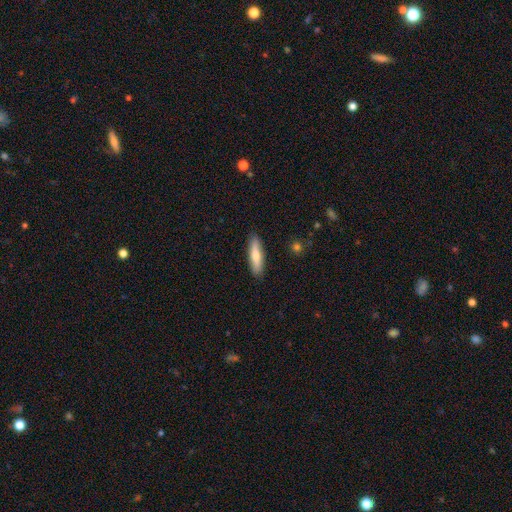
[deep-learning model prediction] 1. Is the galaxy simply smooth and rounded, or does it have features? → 69% smooth, 25% featured or disk, 6% star or artifact.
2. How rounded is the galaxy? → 73% cigar-shaped, 25% in between, 2% round.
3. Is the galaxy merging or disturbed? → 89% none, 8% minor disturbance, 2% major disturbance, 1% merger.